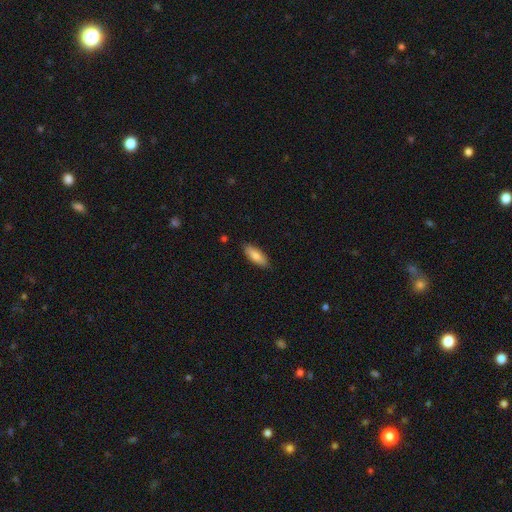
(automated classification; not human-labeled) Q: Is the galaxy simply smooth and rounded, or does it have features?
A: smooth — 80%.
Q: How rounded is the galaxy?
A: in between — 65%.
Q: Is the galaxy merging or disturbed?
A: none — 87%.